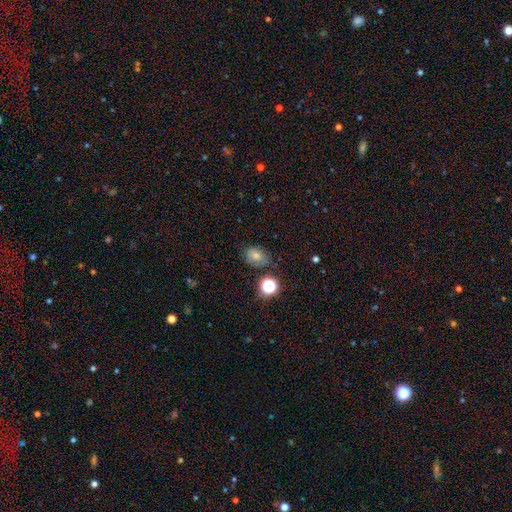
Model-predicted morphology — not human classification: The model was most divided on "how rounded": in between: 64%, round: 35%, cigar-shaped: 1%. More confident: smooth or featured — smooth (71%); merging — none (68%).